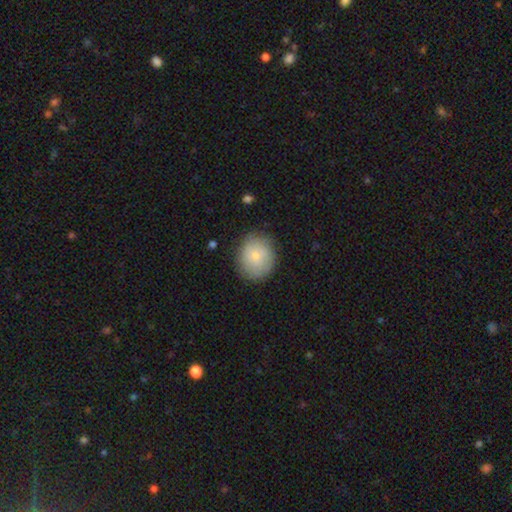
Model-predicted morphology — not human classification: smooth-or-featured: smooth: 72% | featured or disk: 21% | star or artifact: 8%
  how-rounded: round: 78% | in between: 21% | cigar-shaped: 1%
  merging: none: 81% | minor disturbance: 14% | major disturbance: 4% | merger: 1%